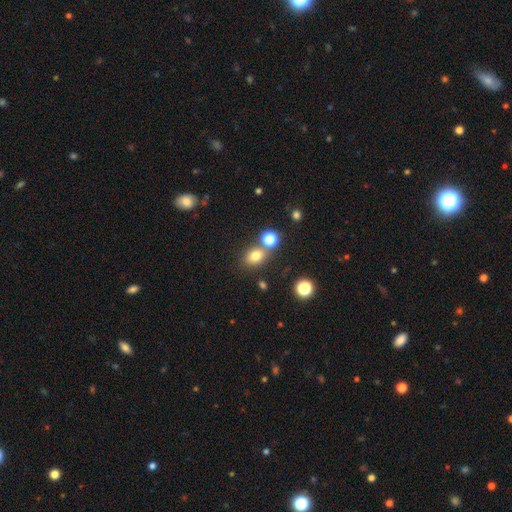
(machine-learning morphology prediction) This appears to be a smooth galaxy with no disk features (76%) that is in between round and cigar-shaped (55%). Merging: none (63%).